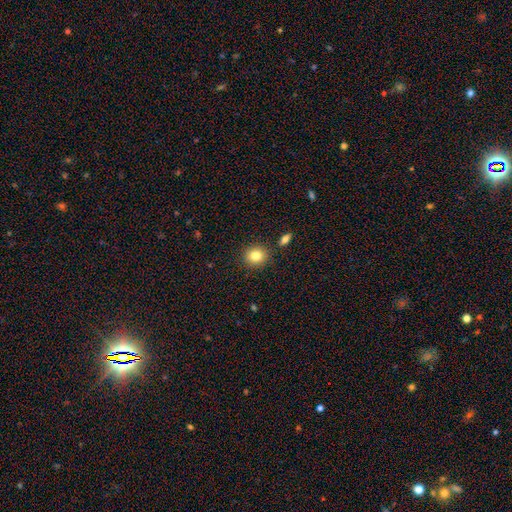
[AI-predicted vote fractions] A smooth galaxy with no disk features (82%) that is round (76%).

Vote fractions:
- Smooth or featured? smooth: 82% / star or artifact: 10% / featured or disk: 8%
- How rounded? round: 76% / in between: 23% / cigar-shaped: 1%
- Merging? none: 87% / minor disturbance: 7% / merger: 4% / major disturbance: 2%